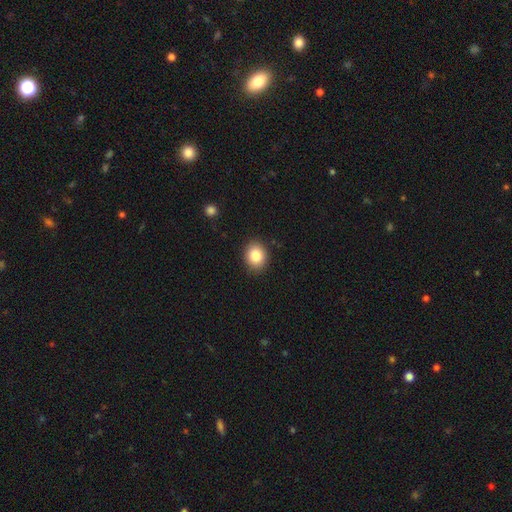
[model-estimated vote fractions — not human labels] smooth-or-featured: smooth: 85% | star or artifact: 9% | featured or disk: 6%
  how-rounded: round: 58% | in between: 41% | cigar-shaped: 1%
  merging: none: 89% | minor disturbance: 8% | major disturbance: 2% | merger: 1%